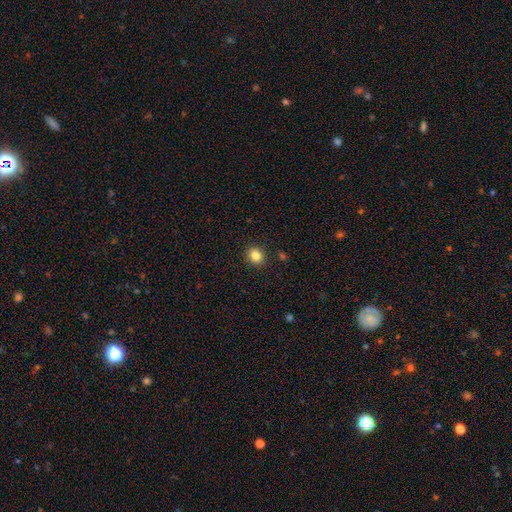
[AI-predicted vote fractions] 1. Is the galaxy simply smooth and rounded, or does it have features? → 84% smooth, 11% star or artifact, 5% featured or disk.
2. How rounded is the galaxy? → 67% round, 32% in between, 1% cigar-shaped.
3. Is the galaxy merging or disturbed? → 90% none, 7% minor disturbance, 2% major disturbance, 1% merger.